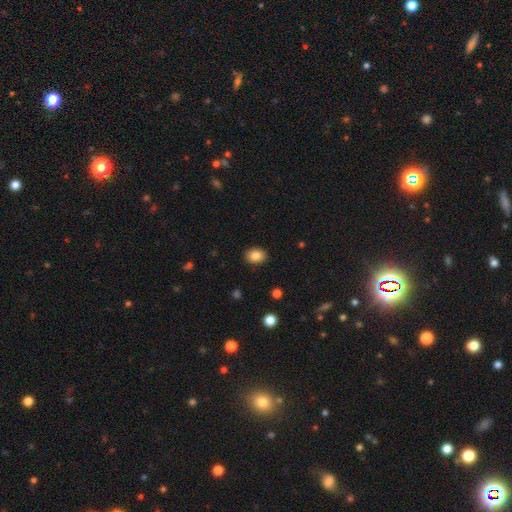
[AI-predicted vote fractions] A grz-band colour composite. It shows a smooth galaxy with no disk features (84%) that is in between round and cigar-shaped (57%). Merging: none (90%).